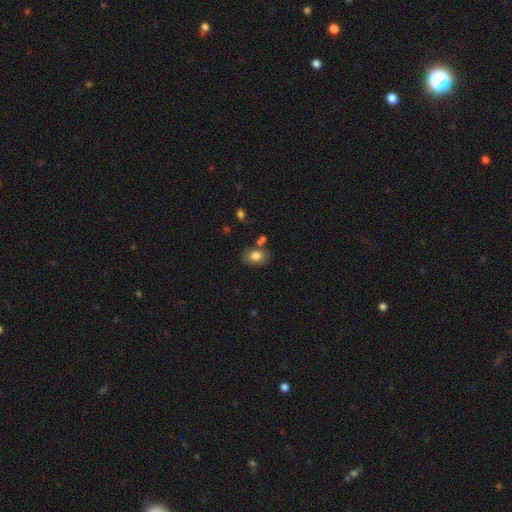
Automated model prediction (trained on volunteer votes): Smooth or featured: smooth — 80% (featured or disk — 11%)
How rounded: in between — 72% (round — 27%)
Merging: none — 69% (minor disturbance — 16%)